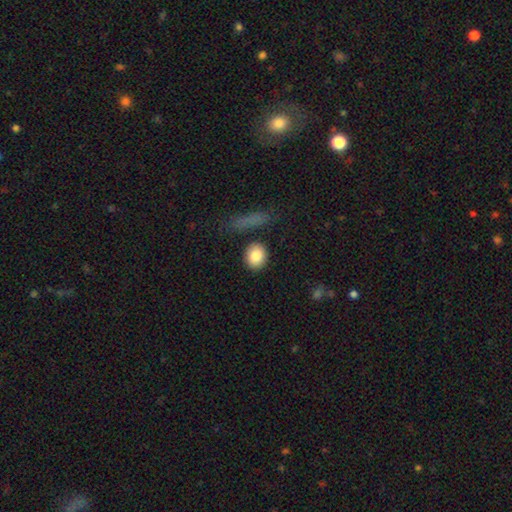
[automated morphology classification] smooth 84%, star or artifact 8%, featured or disk 8%. Down the decision tree: how rounded — round (63%); merging — none (82%).